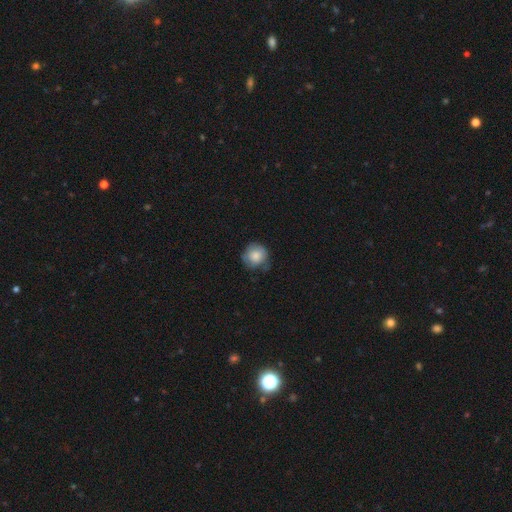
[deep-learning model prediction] A smooth galaxy with no disk features (78%) that is round (90%).

Vote fractions:
- Smooth or featured? smooth: 78% / featured or disk: 14% / star or artifact: 8%
- How rounded? round: 90% / in between: 9% / cigar-shaped: 1%
- Merging? none: 66% / minor disturbance: 26% / major disturbance: 6% / merger: 2%